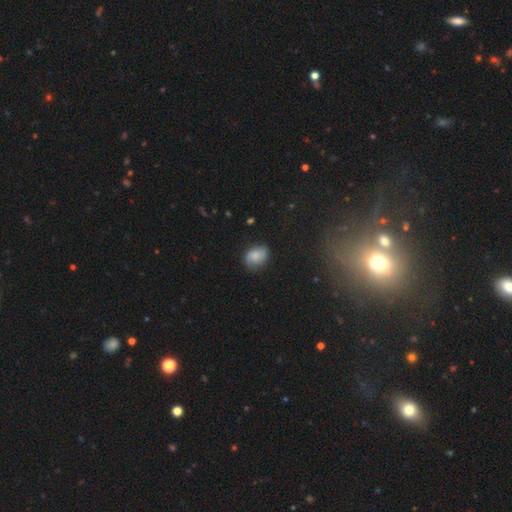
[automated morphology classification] Overall: smooth (72%). How rounded: in between (65%; round 34%). Merging: none (73%).